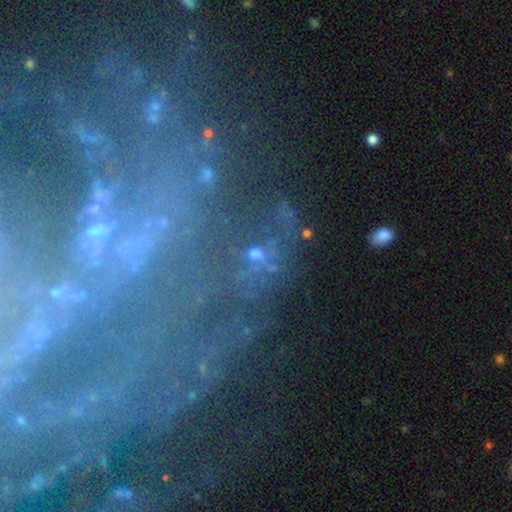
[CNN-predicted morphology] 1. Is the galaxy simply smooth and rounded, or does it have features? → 44% star or artifact, 37% featured or disk, 19% smooth.